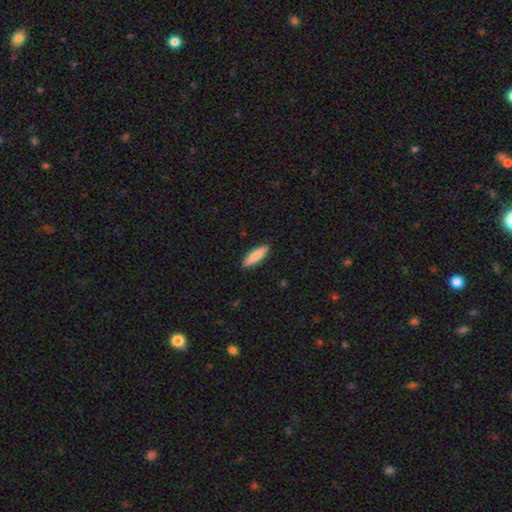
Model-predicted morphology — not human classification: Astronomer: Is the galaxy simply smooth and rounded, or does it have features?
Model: smooth — 84%.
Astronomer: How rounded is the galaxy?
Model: cigar-shaped — 67%.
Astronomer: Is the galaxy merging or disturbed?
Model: none — 90%.